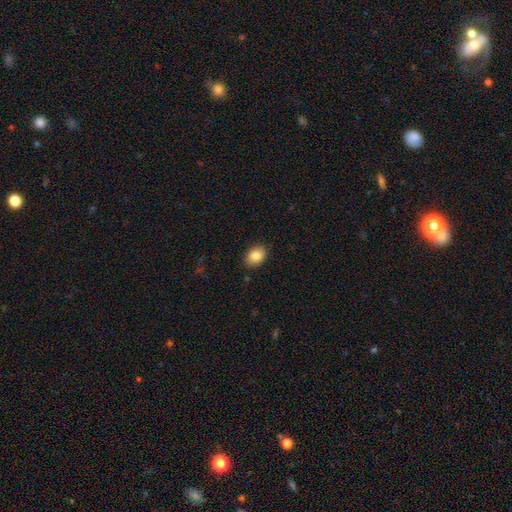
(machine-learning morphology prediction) smooth_or_featured: smooth (p=0.87) [alt: star or artifact p=0.08]
how_rounded: in between (p=0.77) [alt: round p=0.22]
merging: none (p=0.88) [alt: minor disturbance p=0.09]